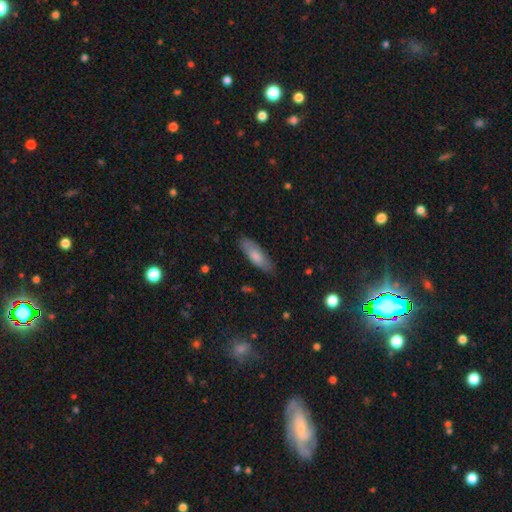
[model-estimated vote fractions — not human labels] The model was most divided on "how rounded": in between: 56%, cigar-shaped: 42%, round: 2%. More confident: merging — none (82%); smooth or featured — smooth (77%).